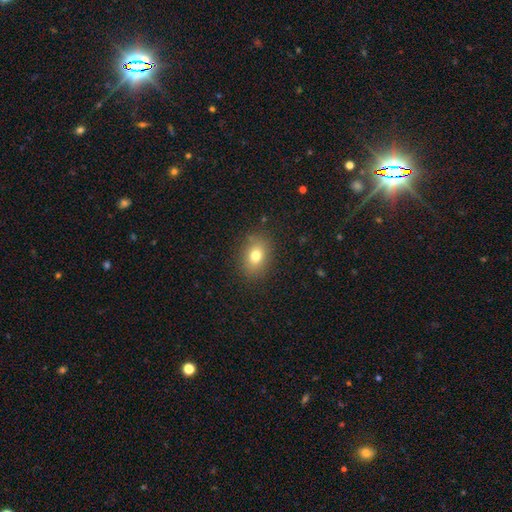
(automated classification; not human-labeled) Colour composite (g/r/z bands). It shows a smooth galaxy with no disk features (76%) that is in between round and cigar-shaped (66%). Merging: none (85%).